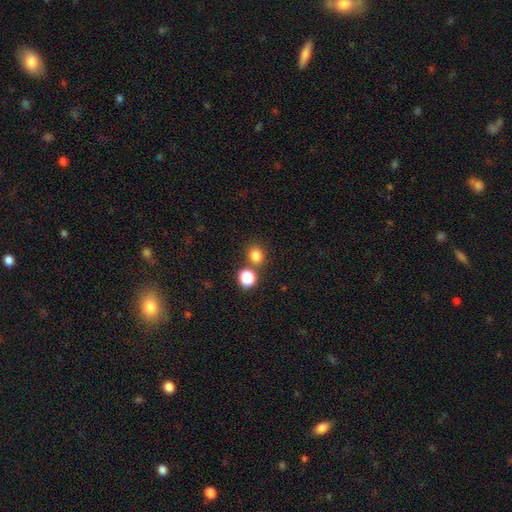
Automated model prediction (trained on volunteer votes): Overall: smooth (79%). How rounded: round (81%). Merging: none (76%).